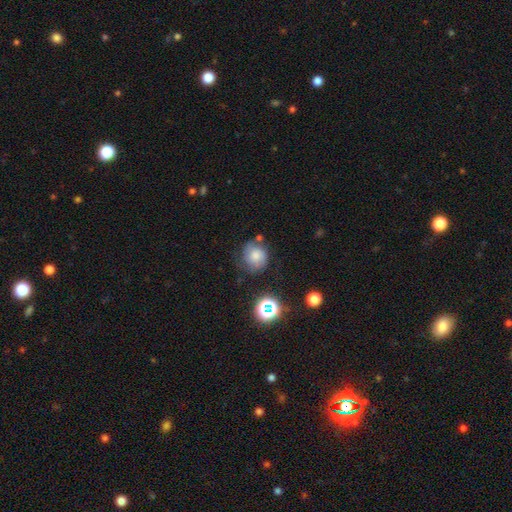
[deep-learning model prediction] Smooth or featured? Predicted: smooth (p=0.57). How rounded? Predicted: round (p=0.83). Merging? Predicted: none (p=0.63).